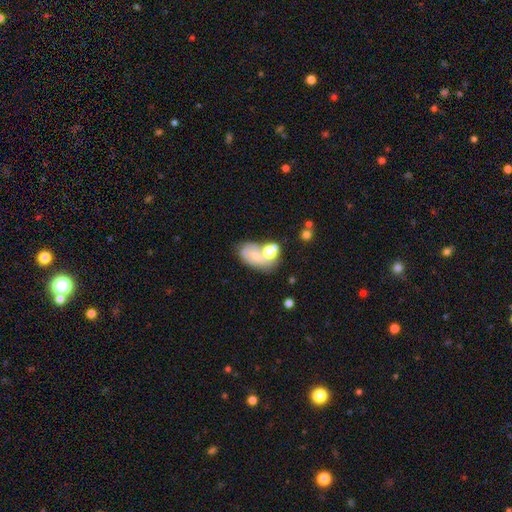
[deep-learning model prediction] smooth 51%, featured or disk 36%, star or artifact 13%. Down the decision tree: how rounded — in between (82%); merging — merger (34%).